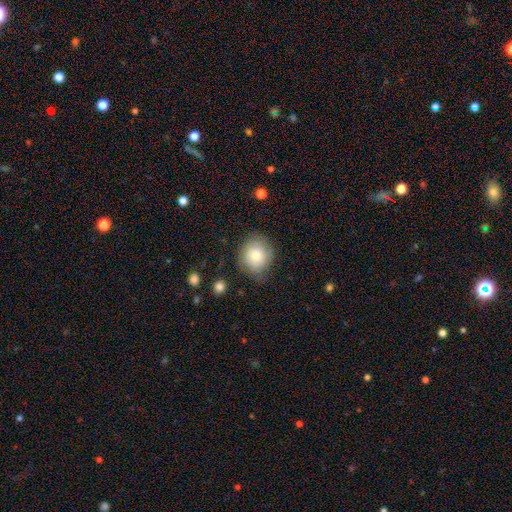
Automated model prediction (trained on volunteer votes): A smooth galaxy with no disk features (74%) that is round (77%).

Vote fractions:
- Smooth or featured? smooth: 74% / featured or disk: 18% / star or artifact: 9%
- How rounded? round: 77% / in between: 22% / cigar-shaped: 1%
- Merging? none: 71% / minor disturbance: 21% / major disturbance: 6% / merger: 2%